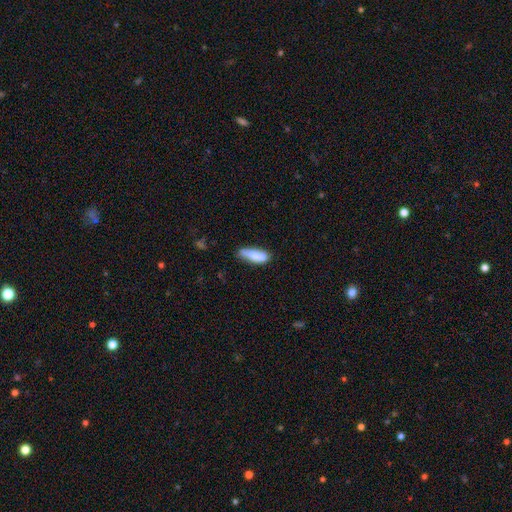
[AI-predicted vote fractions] Morphology: type=smooth (81%); roundness=cigar-shaped (50%); merging=none (58%).